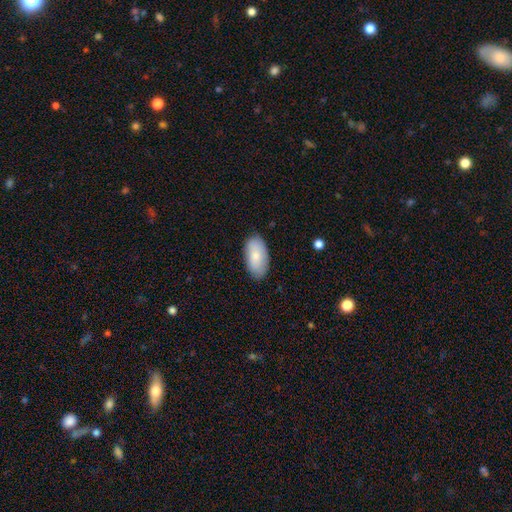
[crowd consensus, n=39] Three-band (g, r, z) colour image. It shows a smooth galaxy with no disk features (82%) that is in between round and cigar-shaped (91%). Merging: none (89%).